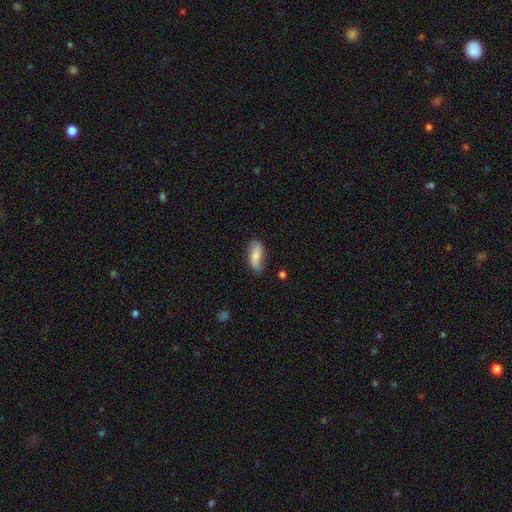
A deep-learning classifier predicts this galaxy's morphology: smooth_or_featured: smooth (p=0.63) [alt: featured or disk p=0.30]
how_rounded: in between (p=0.82) [alt: cigar-shaped p=0.14]
merging: none (p=0.72) [alt: minor disturbance p=0.21]